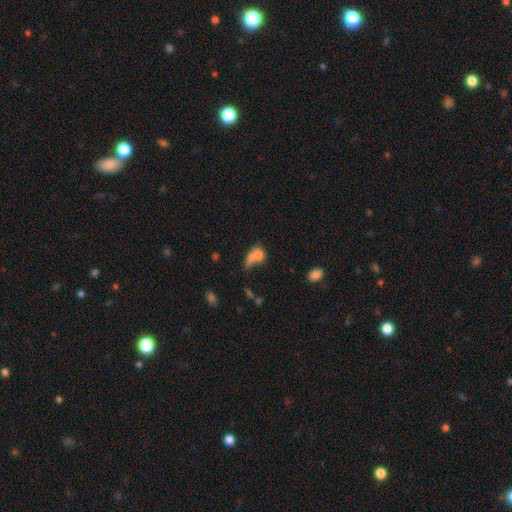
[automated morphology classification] A smooth galaxy with no disk features (71%) that is in between round and cigar-shaped (67%). Merging: merger (61%).